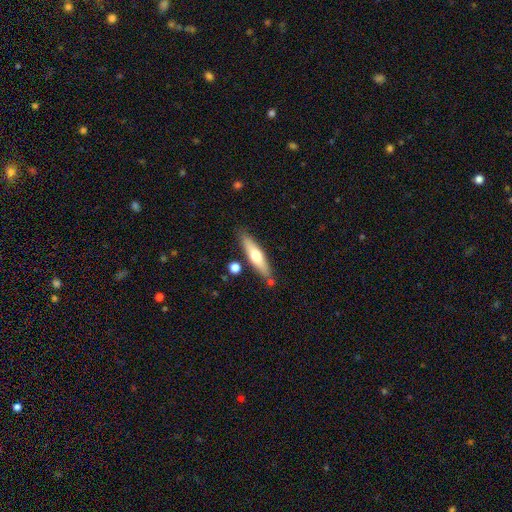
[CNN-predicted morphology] type=smooth (53%); roundness=cigar-shaped (77%); merging=none (81%).